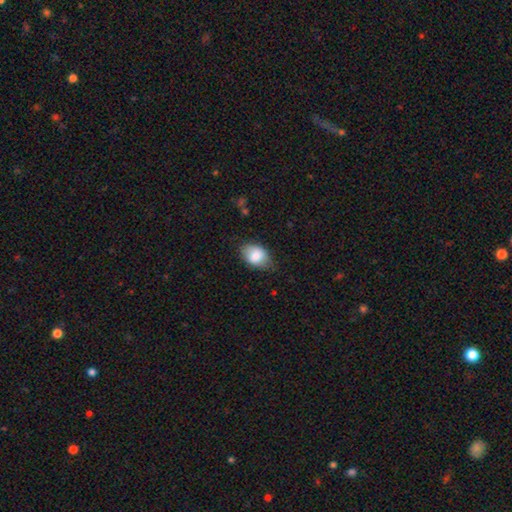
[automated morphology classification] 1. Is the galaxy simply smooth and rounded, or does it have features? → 81% smooth, 11% featured or disk, 7% star or artifact.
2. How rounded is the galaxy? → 82% in between, 17% round, 1% cigar-shaped.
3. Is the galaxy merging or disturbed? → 72% none, 22% minor disturbance, 4% major disturbance, 1% merger.